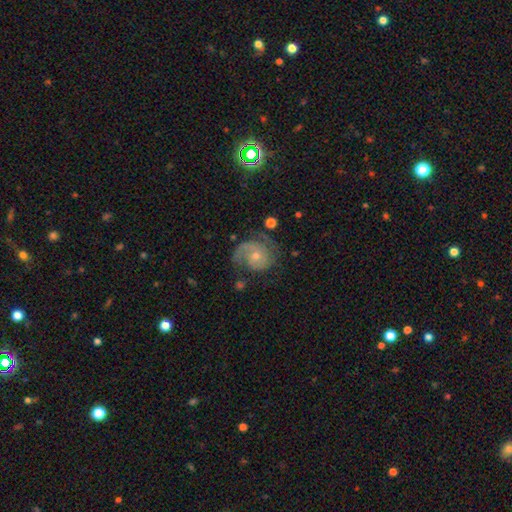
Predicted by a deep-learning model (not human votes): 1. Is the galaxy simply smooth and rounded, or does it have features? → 81% featured or disk, 10% smooth, 9% star or artifact.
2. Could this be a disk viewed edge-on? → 98% no, 2% yes.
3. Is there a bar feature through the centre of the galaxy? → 75% no, 21% weak, 4% strong.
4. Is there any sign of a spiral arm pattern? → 95% yes, 5% no.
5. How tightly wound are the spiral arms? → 47% tight, 39% medium, 13% loose.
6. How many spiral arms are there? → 51% 2, 21% 1, 14% can't tell, 9% 3, 3% 4, 2% more than 4.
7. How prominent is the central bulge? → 57% small, 38% moderate, 2% none, 2% large, 1% dominant.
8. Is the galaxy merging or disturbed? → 64% none, 19% minor disturbance, 14% major disturbance, 3% merger.